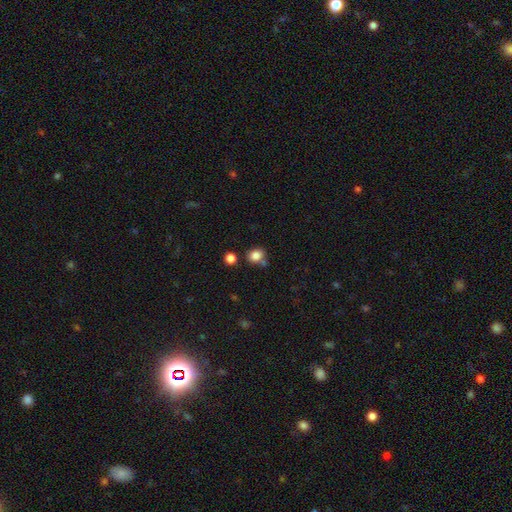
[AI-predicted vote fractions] smooth 83%, star or artifact 11%, featured or disk 6%. Down the decision tree: how rounded — round (59%); merging — none (70%).